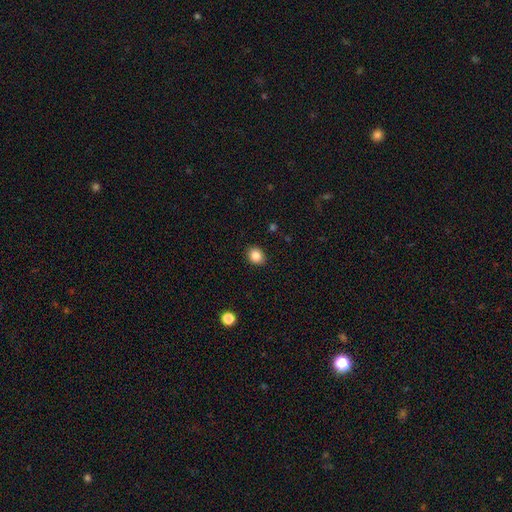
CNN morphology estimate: Smooth or featured: smooth — 86% (star or artifact — 10%)
How rounded: round — 61% (in between — 38%)
Merging: none — 90% (minor disturbance — 7%)